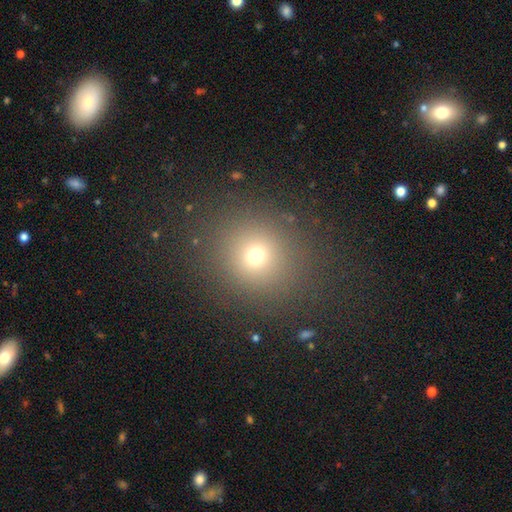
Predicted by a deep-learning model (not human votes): Smooth or featured: smooth — 69% (star or artifact — 22%)
How rounded: round — 87% (in between — 12%)
Merging: none — 87% (minor disturbance — 7%)